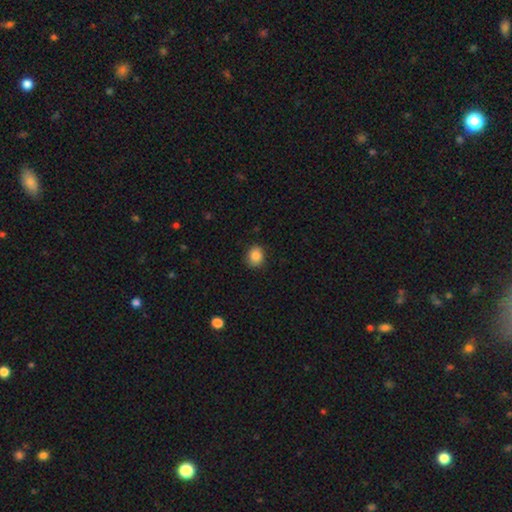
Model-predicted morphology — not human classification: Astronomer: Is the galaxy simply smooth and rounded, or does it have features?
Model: smooth — 85%.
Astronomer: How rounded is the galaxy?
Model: round — 67%.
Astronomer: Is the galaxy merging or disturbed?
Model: none — 86%.